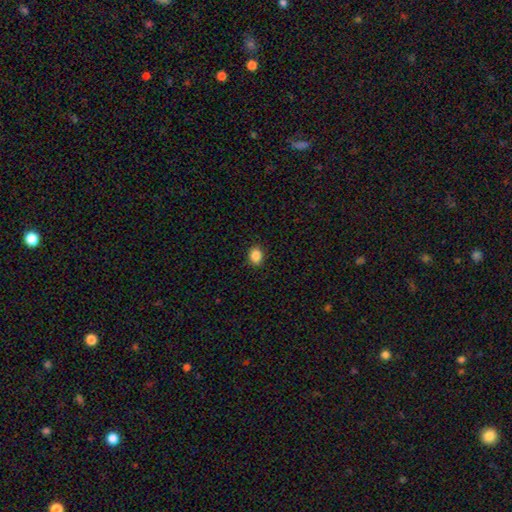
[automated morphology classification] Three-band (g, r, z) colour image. It shows a smooth galaxy with no disk features (87%) that is in between round and cigar-shaped (51%). Merging: none (91%).